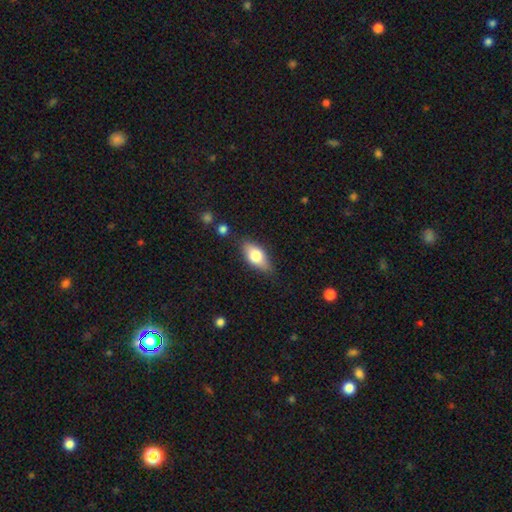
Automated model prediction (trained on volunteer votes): A smooth galaxy with no disk features (70%) that is in between round and cigar-shaped (85%).

Vote fractions:
- Smooth or featured? smooth: 70% / featured or disk: 23% / star or artifact: 7%
- How rounded? in between: 85% / cigar-shaped: 10% / round: 5%
- Merging? none: 79% / minor disturbance: 15% / major disturbance: 3% / merger: 2%